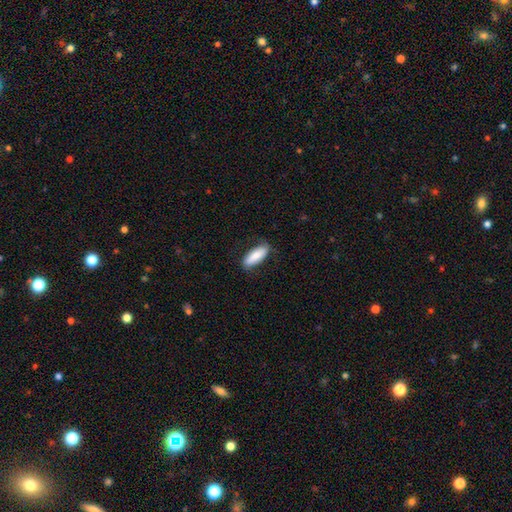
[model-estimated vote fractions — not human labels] A smooth galaxy with no disk features (80%) that is in between round and cigar-shaped (67%).

Vote fractions:
- Smooth or featured? smooth: 80% / featured or disk: 14% / star or artifact: 6%
- How rounded? in between: 67% / cigar-shaped: 31% / round: 2%
- Merging? none: 77% / minor disturbance: 18% / major disturbance: 4% / merger: 1%